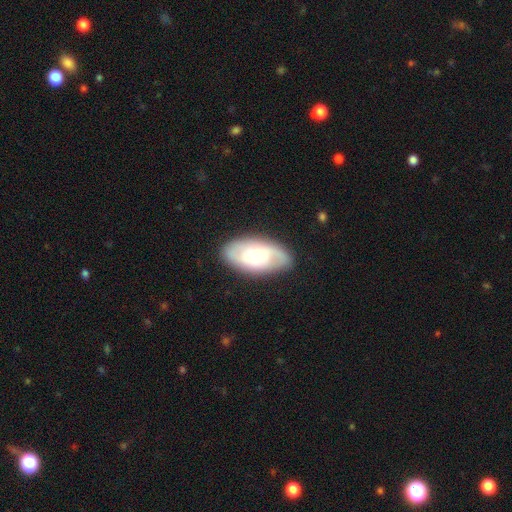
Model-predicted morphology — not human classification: Smooth or featured: featured or disk — 48% (smooth — 45%)
Merging: none — 82% (minor disturbance — 13%)